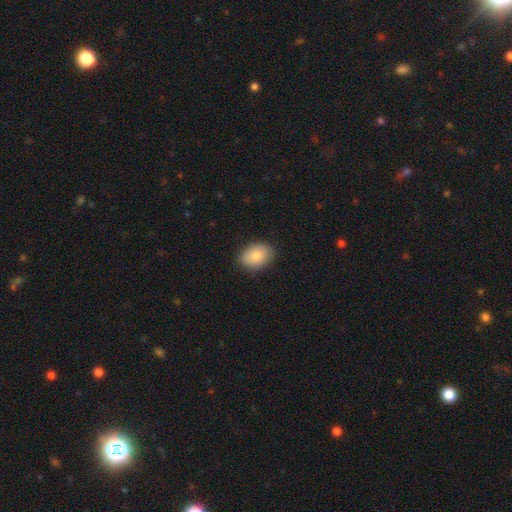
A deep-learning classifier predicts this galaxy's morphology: Smooth or featured: smooth — 82% (featured or disk — 11%)
How rounded: in between — 77% (round — 22%)
Merging: none — 85% (minor disturbance — 12%)